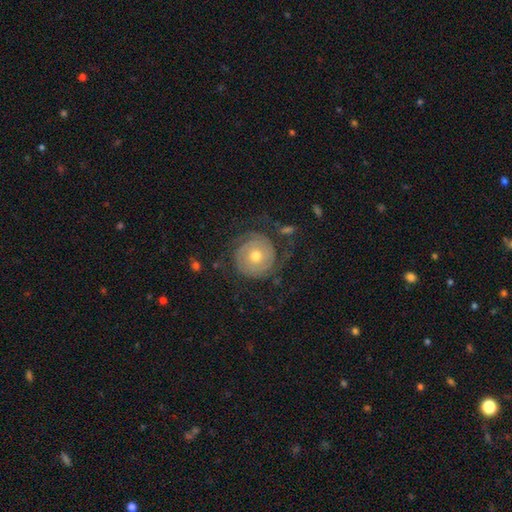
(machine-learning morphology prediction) The model was most divided on "spiral arm count": 2: 50%, can't tell: 25%, 3: 10%, 1: 7%, 4: 4%, more than 4: 4%. More confident: edge-on disk — no (98%); spiral arms — yes (90%); bar — no (80%); smooth or featured — featured or disk (74%); spiral winding — tight (71%); merging — none (69%); bulge size — moderate (65%).